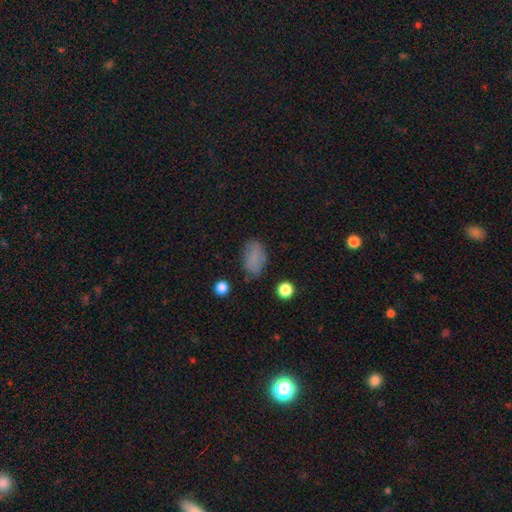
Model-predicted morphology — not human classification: A smooth galaxy with no disk features (76%) that is in between round and cigar-shaped (88%).

Vote fractions:
- Smooth or featured? smooth: 76% / star or artifact: 12% / featured or disk: 12%
- How rounded? in between: 88% / round: 9% / cigar-shaped: 3%
- Merging? none: 70% / minor disturbance: 20% / major disturbance: 8% / merger: 3%